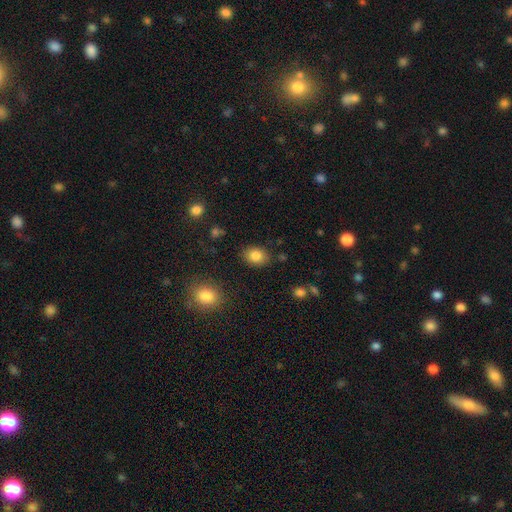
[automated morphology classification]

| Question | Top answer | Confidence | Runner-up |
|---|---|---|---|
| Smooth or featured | smooth | 83% | star or artifact (9%) |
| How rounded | in between | 60% | round (39%) |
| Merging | none | 86% | minor disturbance (9%) |